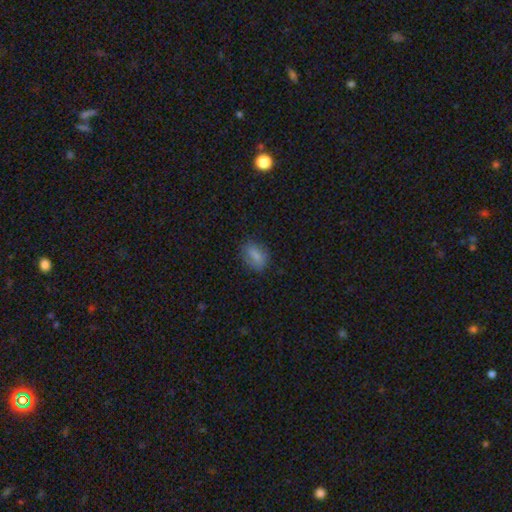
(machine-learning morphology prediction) Smooth or featured? Predicted: smooth (p=0.81). How rounded? Predicted: in between (p=0.77). Merging? Predicted: none (p=0.75).